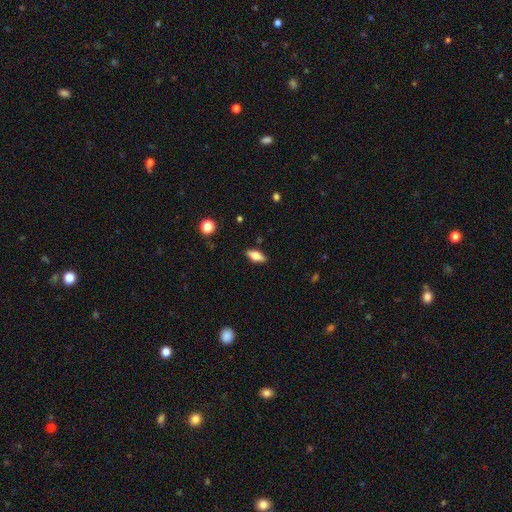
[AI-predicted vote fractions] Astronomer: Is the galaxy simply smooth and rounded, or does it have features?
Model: smooth — 64%.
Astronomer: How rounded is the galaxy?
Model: in between — 76%.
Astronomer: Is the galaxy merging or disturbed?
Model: none — 87%.